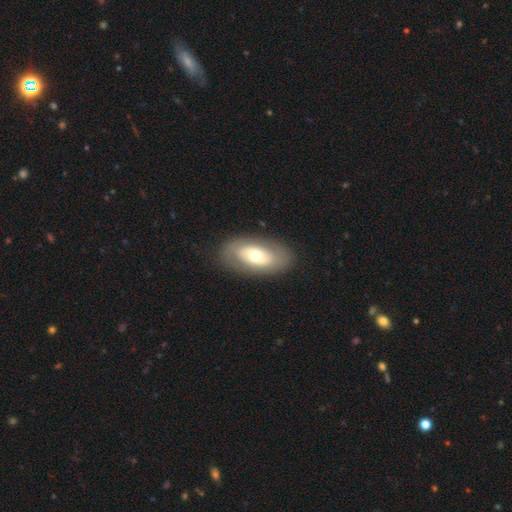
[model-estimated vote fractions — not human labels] A smooth galaxy with no disk features (47%, tied with featured or disk).

Vote fractions:
- Smooth or featured? smooth: 47% (tied) / featured or disk: 47% (tied) / star or artifact: 6%
- Merging? none: 82% / minor disturbance: 11% / major disturbance: 5% / merger: 1%